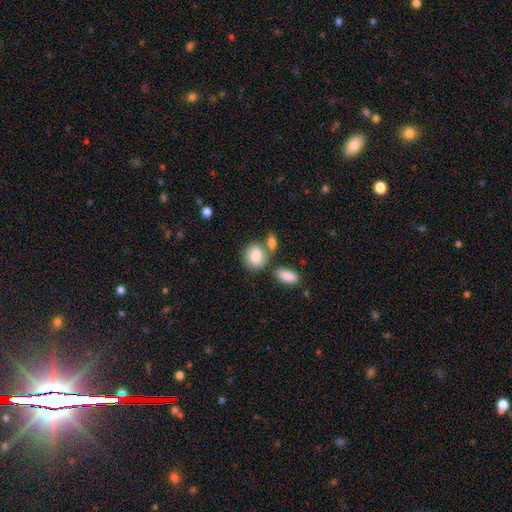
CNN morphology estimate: Smooth or featured? Predicted: smooth (p=0.83). How rounded? Predicted: round (p=0.50). Merging? Predicted: none (p=0.53).